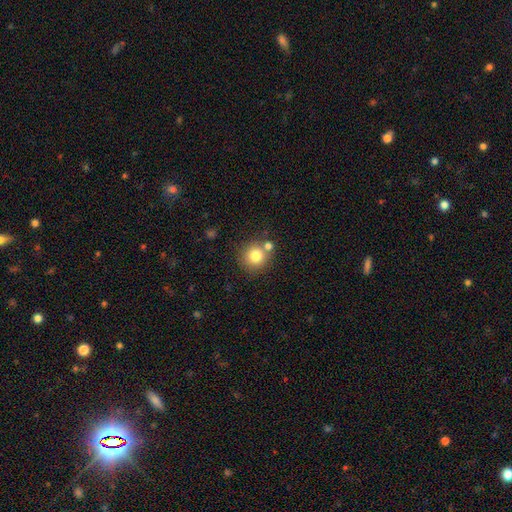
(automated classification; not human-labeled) The model was most divided on "merging": none: 68%, merger: 19%, minor disturbance: 10%, major disturbance: 3%. More confident: how rounded — round (92%); smooth or featured — smooth (80%).